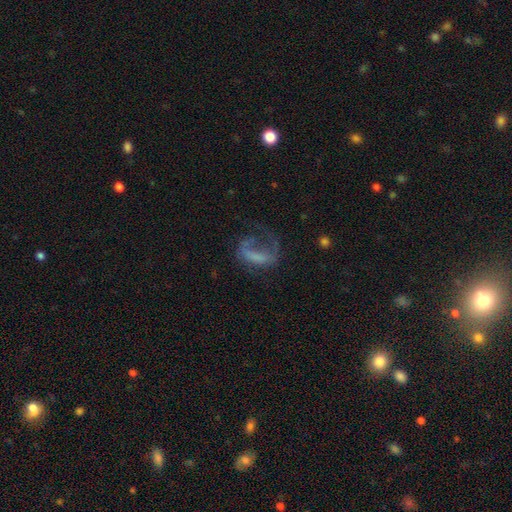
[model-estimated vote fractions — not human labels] Morphology: type=featured or disk (50%); edge-on=no (94%); merging=major disturbance (53%).